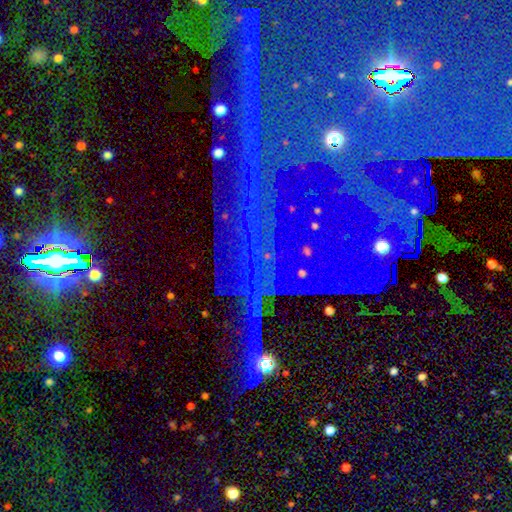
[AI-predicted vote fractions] The model was most divided on "smooth or featured": star or artifact: 84%, featured or disk: 9%, smooth: 7%.